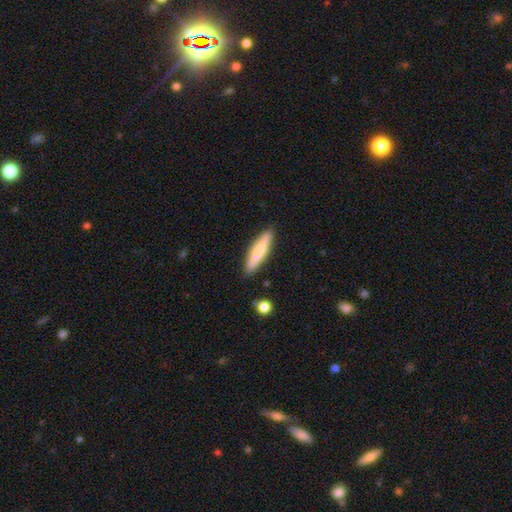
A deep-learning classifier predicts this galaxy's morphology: Smooth or featured? Predicted: smooth (p=0.69). How rounded? Predicted: cigar-shaped (p=0.84). Merging? Predicted: none (p=0.87).